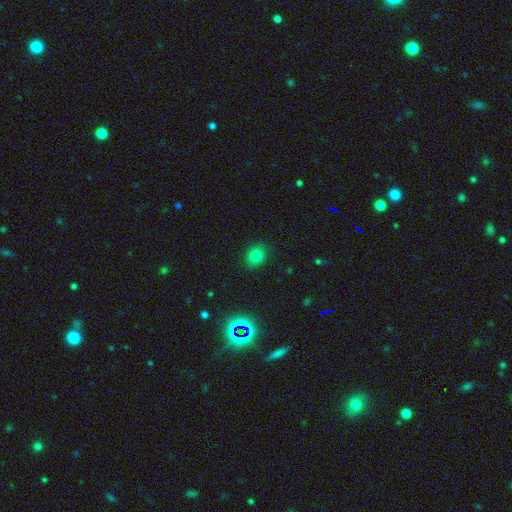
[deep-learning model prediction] Smooth or featured?
  - smooth: 76% *
  - star or artifact: 16%
  - featured or disk: 8%
How rounded?
  - round: 59% *
  - in between: 40%
  - cigar-shaped: 1%
Merging?
  - none: 86% *
  - minor disturbance: 10%
  - major disturbance: 3%
  - merger: 1%